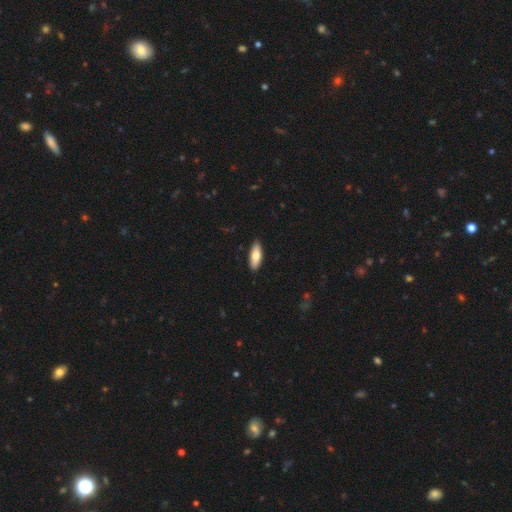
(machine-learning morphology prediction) Smooth or featured? smooth (77%)
How rounded? in between (70%)
Merging? none (89%)